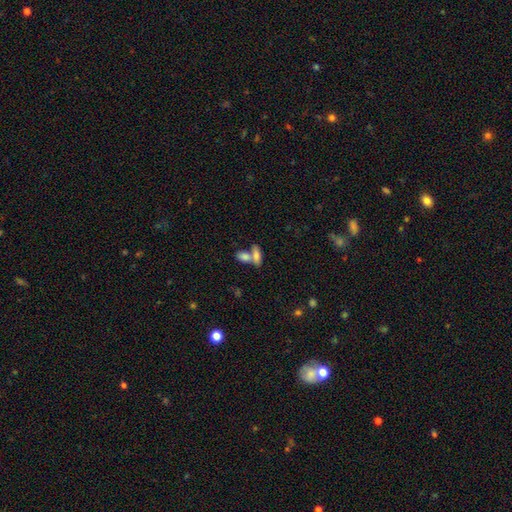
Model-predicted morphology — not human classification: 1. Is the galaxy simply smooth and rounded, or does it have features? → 74% smooth, 17% featured or disk, 8% star or artifact.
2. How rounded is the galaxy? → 75% in between, 19% cigar-shaped, 6% round.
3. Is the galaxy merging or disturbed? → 51% merger, 37% none, 8% minor disturbance, 4% major disturbance.